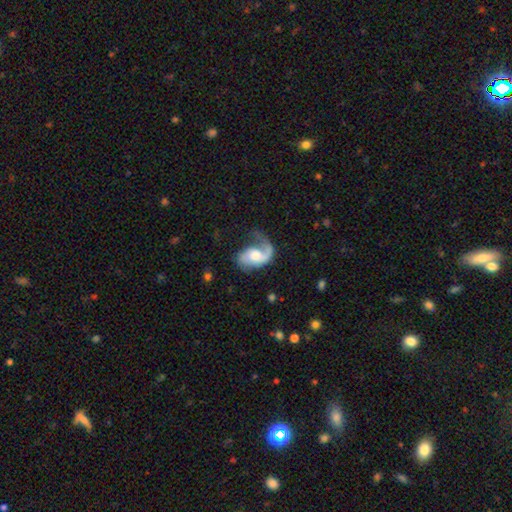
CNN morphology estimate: featured or disk 80%, smooth 15%, star or artifact 5%. Down the decision tree: edge-on disk — no (97%); bar — no (57%); spiral arms — yes (95%); spiral arm count — 1 (51%); spiral winding — loose (48%); bulge size — moderate (56%); merging — none (41%).